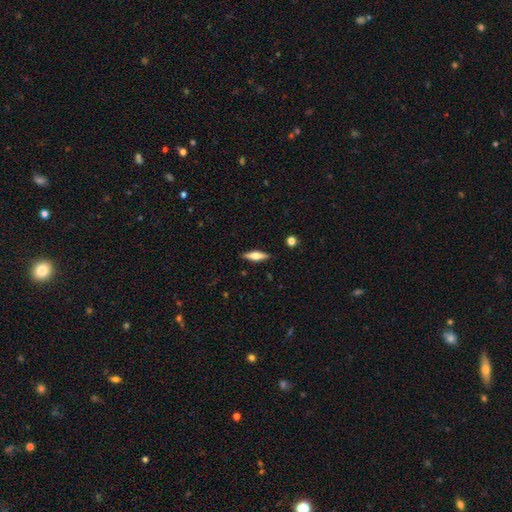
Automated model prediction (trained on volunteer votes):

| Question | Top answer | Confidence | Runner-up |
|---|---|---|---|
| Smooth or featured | smooth | 52% | featured or disk (42%) |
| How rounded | cigar-shaped | 57% | in between (41%) |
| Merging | none | 88% | minor disturbance (9%) |